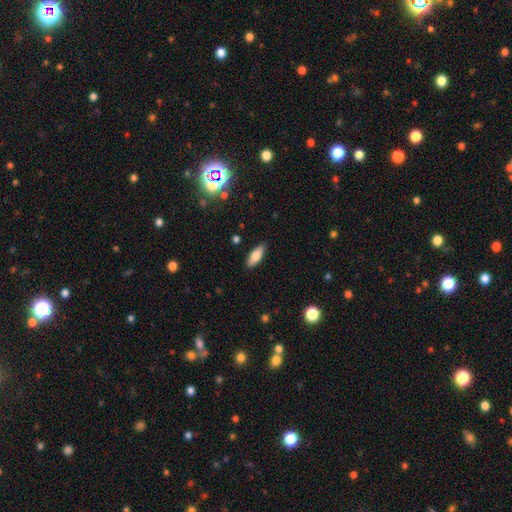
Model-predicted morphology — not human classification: Overall: smooth (77%). How rounded: in between (70%). Merging: none (88%).